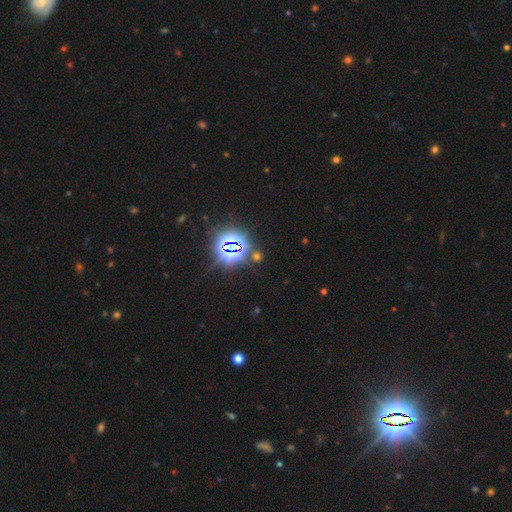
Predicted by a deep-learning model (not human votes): Q: Smooth or featured?
A: star or artifact (81%); runner-up: smooth (12%)